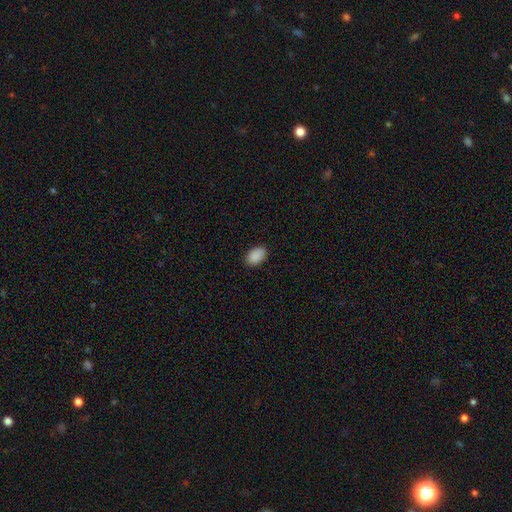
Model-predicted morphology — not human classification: smooth_or_featured: smooth (p=0.90) [alt: star or artifact p=0.07]
how_rounded: in between (p=0.88) [alt: round p=0.11]
merging: none (p=0.88) [alt: minor disturbance p=0.09]